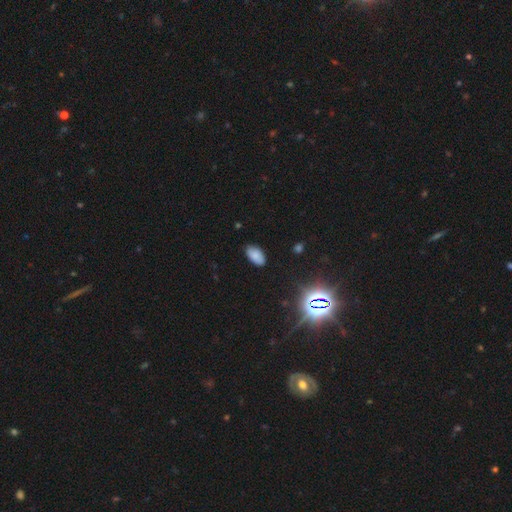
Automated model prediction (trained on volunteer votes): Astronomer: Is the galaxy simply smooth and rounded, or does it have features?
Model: smooth — 79%.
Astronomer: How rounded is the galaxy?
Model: in between — 94%.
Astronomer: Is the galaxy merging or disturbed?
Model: none — 84%.